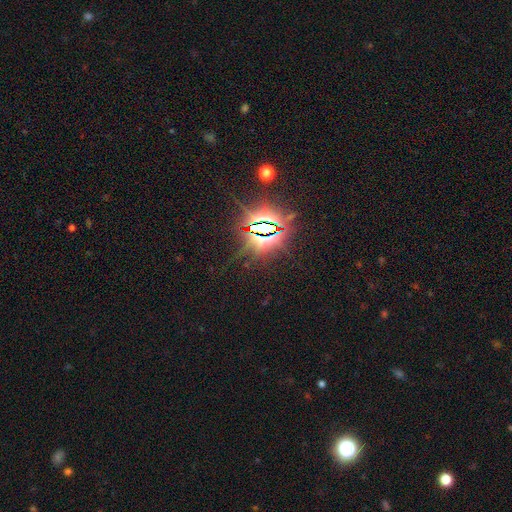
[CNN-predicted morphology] This is clearly a star or artifact rather than a galaxy (85%).